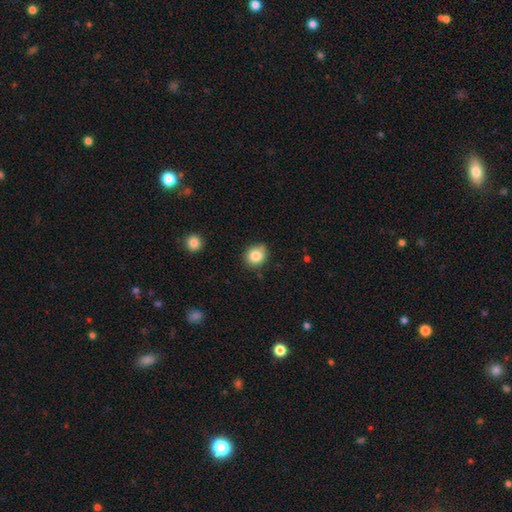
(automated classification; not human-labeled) smooth 85%, star or artifact 9%, featured or disk 6%. Down the decision tree: how rounded — round (74%); merging — none (78%).